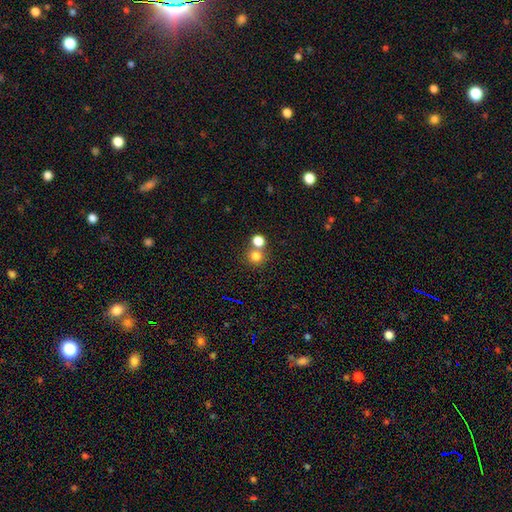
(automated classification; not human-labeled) Smooth or featured? smooth (78%)
How rounded? round (90%)
Merging? none (59%)